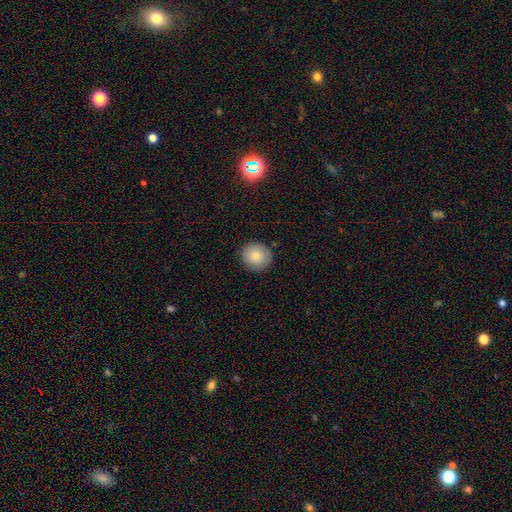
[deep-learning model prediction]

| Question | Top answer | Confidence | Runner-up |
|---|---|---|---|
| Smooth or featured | smooth | 85% | star or artifact (8%) |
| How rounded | round | 90% | in between (9%) |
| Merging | none | 89% | minor disturbance (8%) |